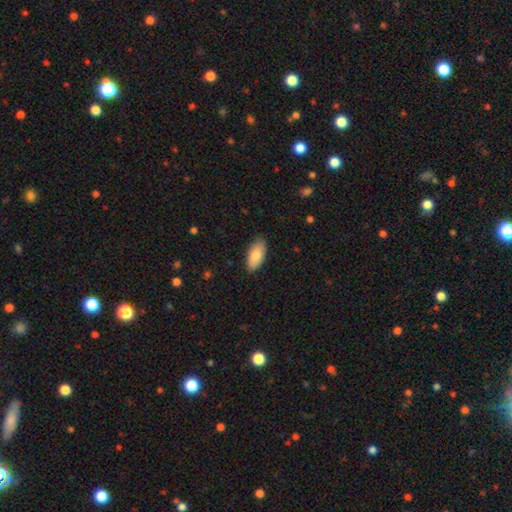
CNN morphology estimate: Smooth or featured? Predicted: smooth (p=0.81). How rounded? Predicted: in between (p=0.92). Merging? Predicted: none (p=0.85).